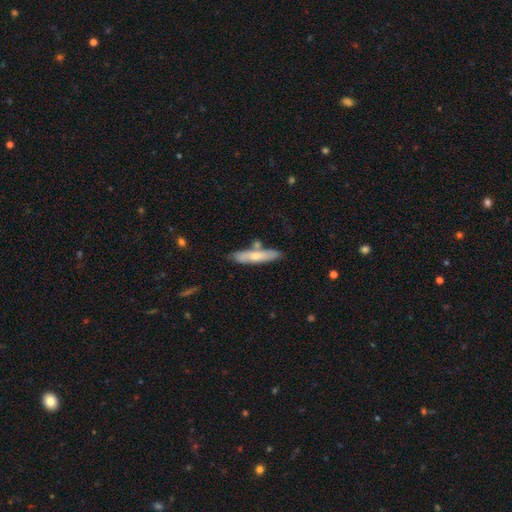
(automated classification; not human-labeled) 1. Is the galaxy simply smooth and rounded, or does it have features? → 61% smooth, 33% featured or disk, 6% star or artifact.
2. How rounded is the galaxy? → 82% cigar-shaped, 16% in between, 2% round.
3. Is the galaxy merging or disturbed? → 70% none, 15% minor disturbance, 12% merger, 3% major disturbance.